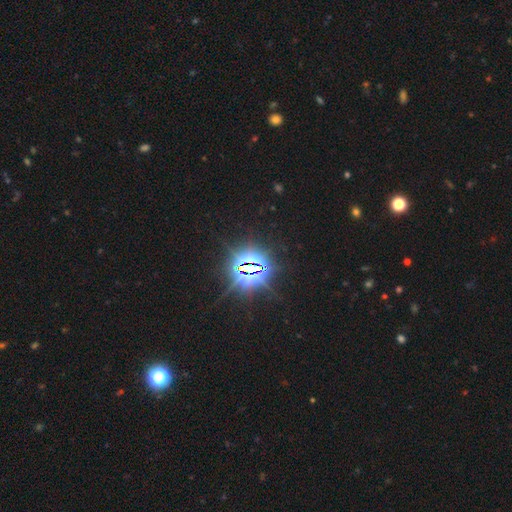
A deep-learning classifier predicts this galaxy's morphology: smooth_or_featured: star or artifact (p=0.86) [alt: featured or disk p=0.07]